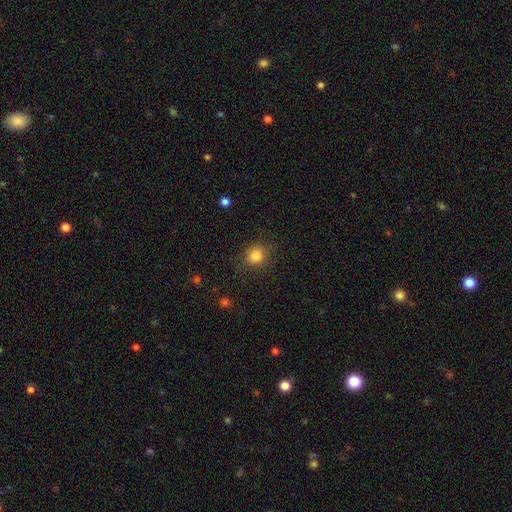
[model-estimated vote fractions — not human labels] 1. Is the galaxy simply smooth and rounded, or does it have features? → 83% smooth, 11% star or artifact, 5% featured or disk.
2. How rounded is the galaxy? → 76% round, 23% in between, 1% cigar-shaped.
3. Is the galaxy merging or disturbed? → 81% none, 13% minor disturbance, 4% major disturbance, 1% merger.